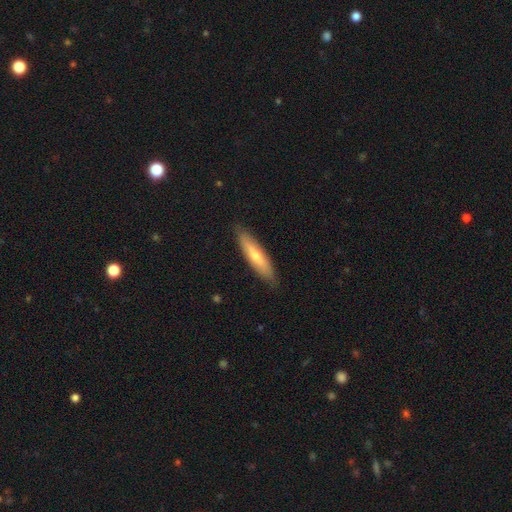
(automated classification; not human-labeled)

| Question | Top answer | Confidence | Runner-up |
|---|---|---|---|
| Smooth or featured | smooth | 58% | featured or disk (37%) |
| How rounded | cigar-shaped | 78% | in between (21%) |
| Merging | none | 87% | minor disturbance (10%) |